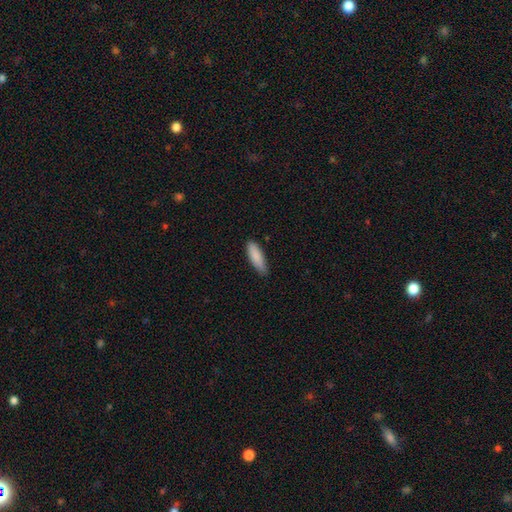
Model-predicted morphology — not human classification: A smooth galaxy with no disk features (87%) that is cigar-shaped (53%).

Vote fractions:
- Smooth or featured? smooth: 87% / featured or disk: 7% / star or artifact: 6%
- How rounded? cigar-shaped: 53% / in between: 46% / round: 1%
- Merging? none: 79% / minor disturbance: 18% / major disturbance: 2% / merger: 1%